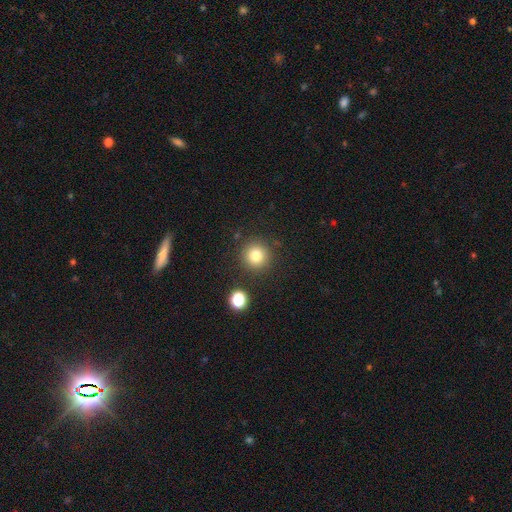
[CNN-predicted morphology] This appears to be a smooth galaxy with no disk features (80%) that is round (95%). Merging: none (87%).